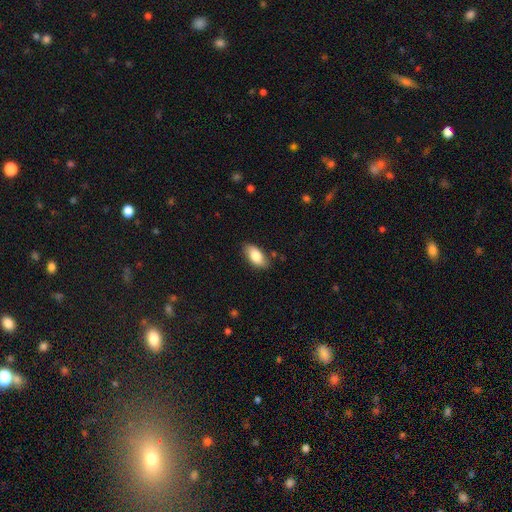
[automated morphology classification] Smooth or featured?
  - smooth: 82% *
  - featured or disk: 12%
  - star or artifact: 6%
How rounded?
  - in between: 92% *
  - cigar-shaped: 5%
  - round: 3%
Merging?
  - none: 83% *
  - minor disturbance: 13%
  - major disturbance: 3%
  - merger: 2%